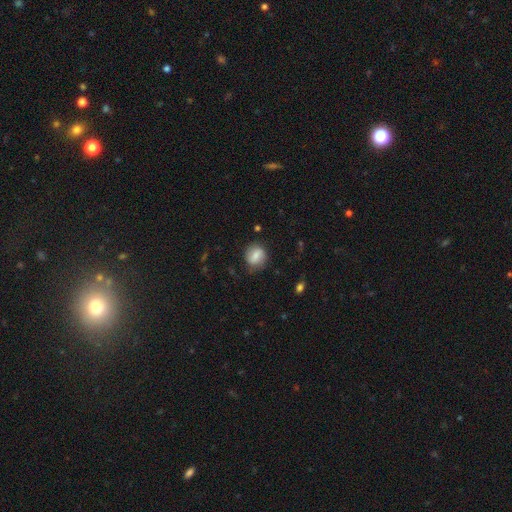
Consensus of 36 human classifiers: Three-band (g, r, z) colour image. It shows a smooth galaxy with no disk features (78%) that is round (68%). Merging: none (91%).